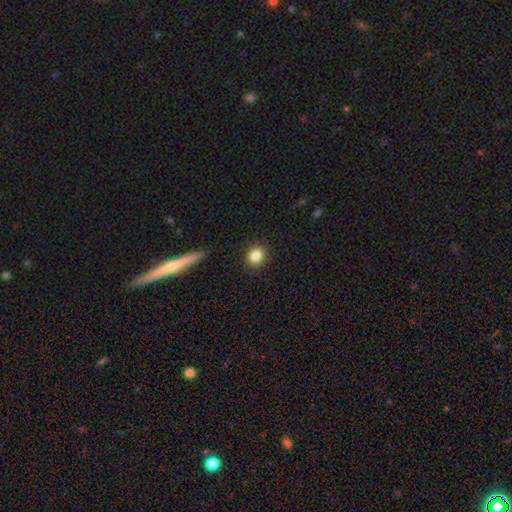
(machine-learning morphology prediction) smooth 84%, star or artifact 10%, featured or disk 6%. Down the decision tree: how rounded — round (86%); merging — none (91%).